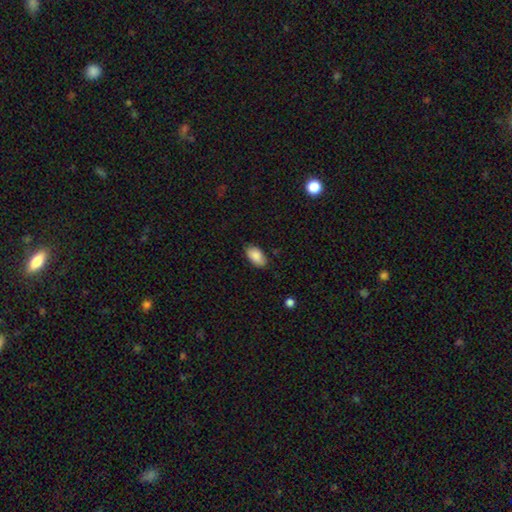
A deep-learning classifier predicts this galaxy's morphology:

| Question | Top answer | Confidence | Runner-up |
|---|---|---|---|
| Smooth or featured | smooth | 87% | star or artifact (7%) |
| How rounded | in between | 94% | round (4%) |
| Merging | none | 80% | minor disturbance (16%) |